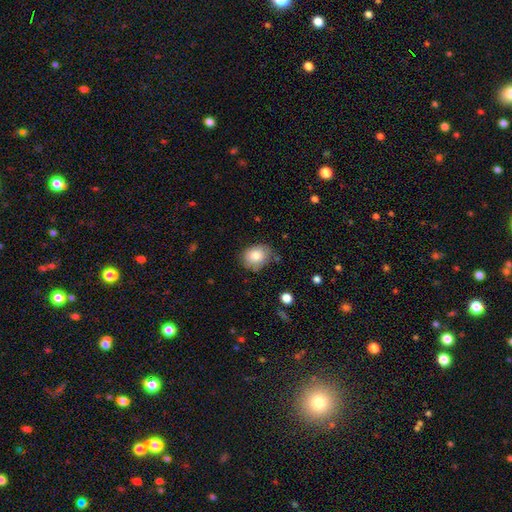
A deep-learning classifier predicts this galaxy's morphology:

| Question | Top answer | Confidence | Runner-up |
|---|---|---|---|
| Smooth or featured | smooth | 82% | featured or disk (10%) |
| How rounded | in between | 57% | round (42%) |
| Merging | none | 68% | minor disturbance (24%) |